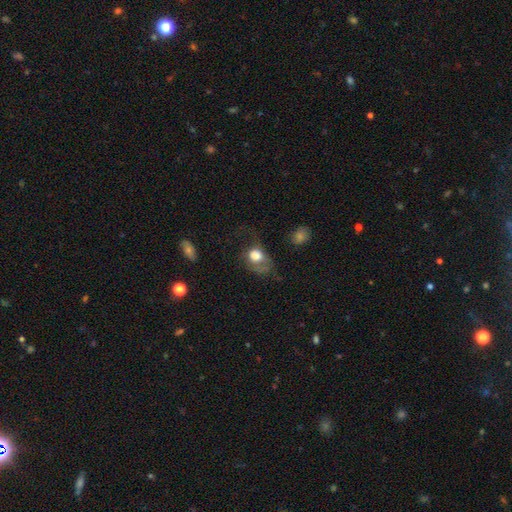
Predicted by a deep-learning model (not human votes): Morphology: type=smooth (66%); roundness=in between (55%); merging=major disturbance (53%).